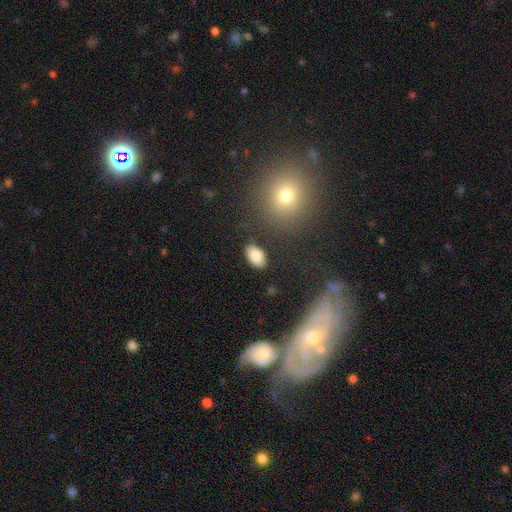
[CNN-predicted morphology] type=smooth (85%); roundness=in between (93%); merging=none (82%).